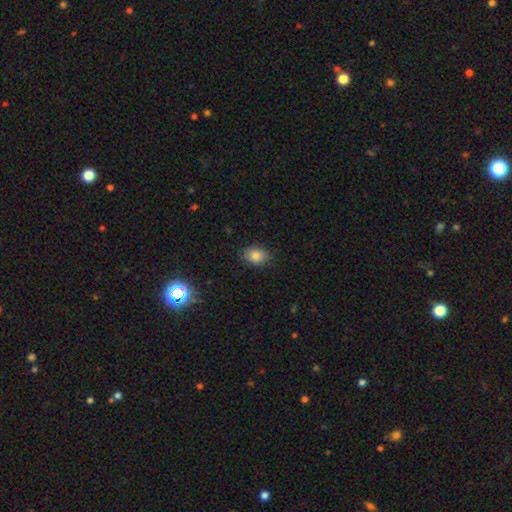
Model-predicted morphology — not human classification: type=smooth (82%); roundness=in between (68%); merging=none (86%).